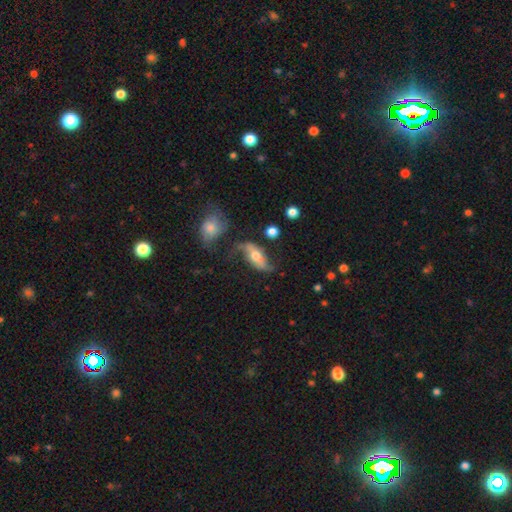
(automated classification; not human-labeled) Smooth or featured? featured or disk (63%)
Edge-on disk? no (83%)
Bar? no (47%)
Spiral arms? yes (84%)
Bulge size? moderate (61%)
Merging? none (50%)